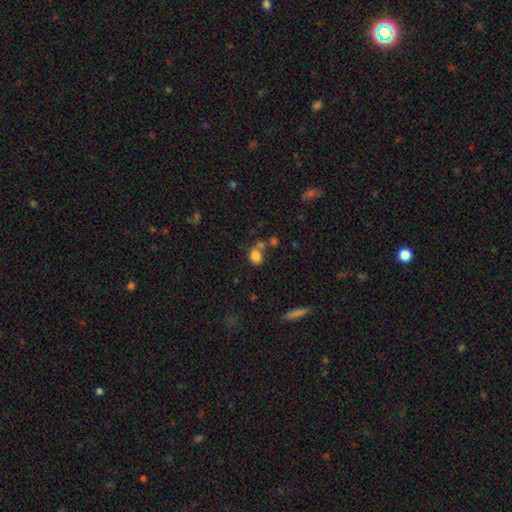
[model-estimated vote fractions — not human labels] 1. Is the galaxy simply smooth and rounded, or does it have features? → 81% smooth, 11% star or artifact, 8% featured or disk.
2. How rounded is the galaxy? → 59% in between, 40% round, 2% cigar-shaped.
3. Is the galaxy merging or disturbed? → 52% none, 26% merger, 15% minor disturbance, 6% major disturbance.